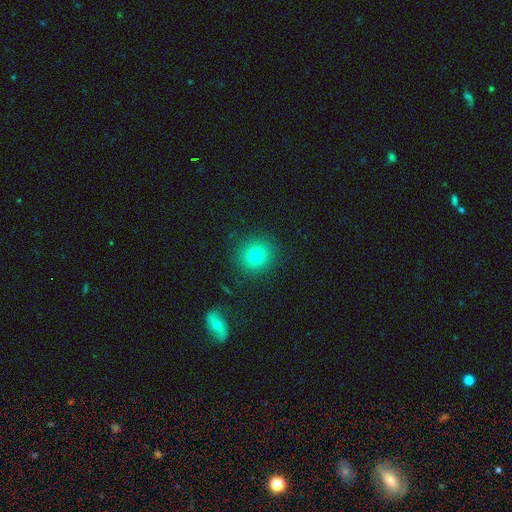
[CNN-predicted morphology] This is likely a smooth galaxy (77%). How rounded: clearly round (86%). Merging: clearly none (89%).